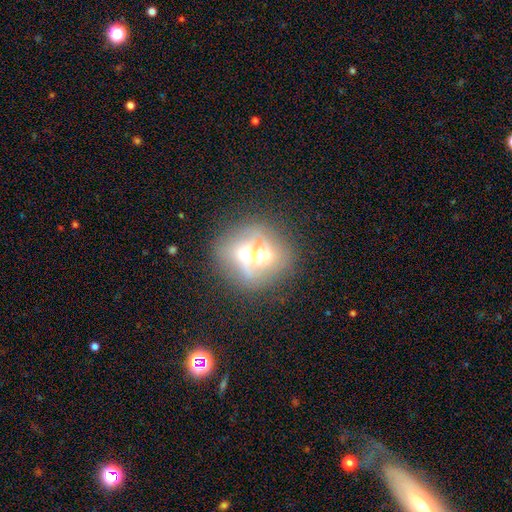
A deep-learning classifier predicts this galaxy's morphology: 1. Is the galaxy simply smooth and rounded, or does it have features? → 57% featured or disk, 30% smooth, 13% star or artifact.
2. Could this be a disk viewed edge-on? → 84% no, 16% yes.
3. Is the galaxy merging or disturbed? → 55% none, 18% minor disturbance, 14% major disturbance, 13% merger.